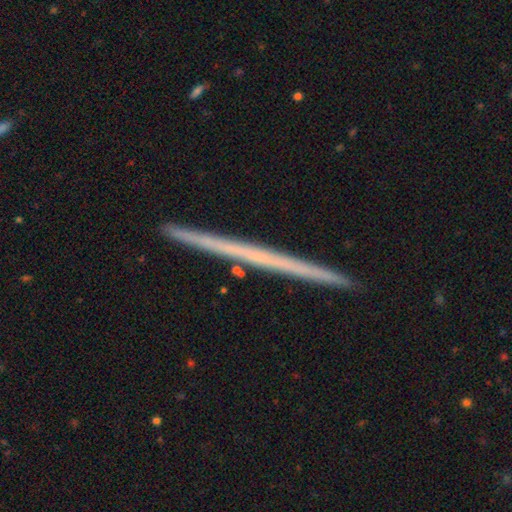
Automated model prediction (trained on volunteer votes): This appears to be a featured or disk galaxy (63%) viewed edge-on (98%) with no central bulge (91%). Merging: none (92%).